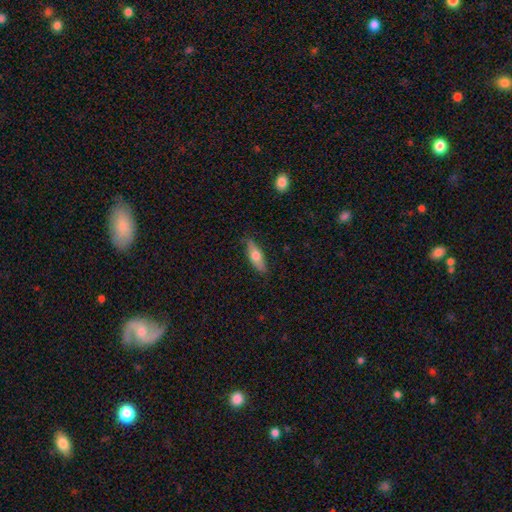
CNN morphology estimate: Overall: smooth (65%; featured or disk 29%). How rounded: in between (58%; cigar-shaped 40%). Merging: none (84%).